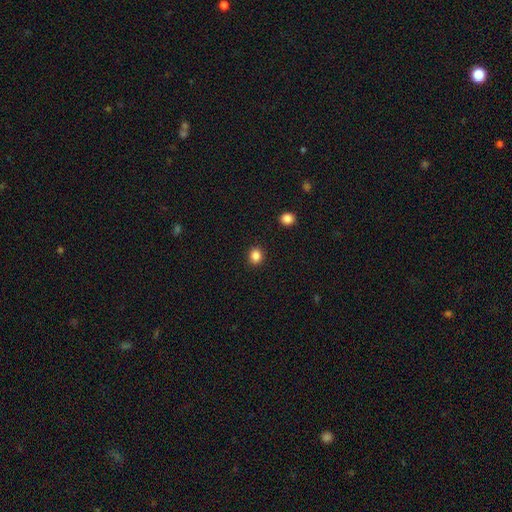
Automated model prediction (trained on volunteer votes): Overall: smooth (86%). How rounded: round (75%). Merging: none (92%).